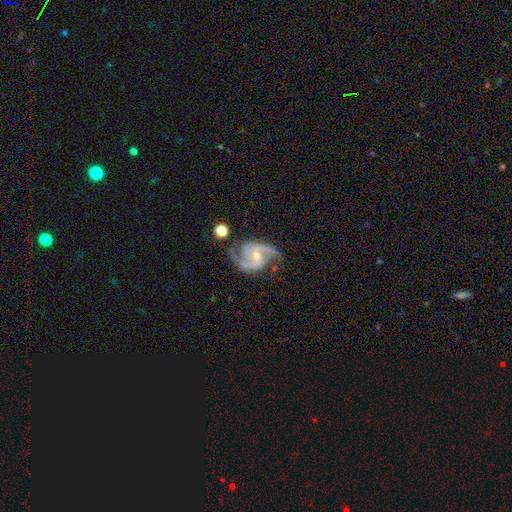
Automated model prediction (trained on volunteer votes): smooth_or_featured: featured or disk (p=0.92) [alt: star or artifact p=0.05]
disk_edge_on: no (p=0.98) [alt: yes p=0.02]
bar: no (p=0.51) [alt: weak p=0.38]
has_spiral_arms: yes (p=0.98) [alt: no p=0.02]
spiral_winding: medium (p=0.58) [alt: loose p=0.26]
spiral_arm_count: 2 (p=0.80) [alt: 3 p=0.12]
bulge_size: small (p=0.52) [alt: moderate p=0.45]
merging: none (p=0.70) [alt: minor disturbance p=0.20]